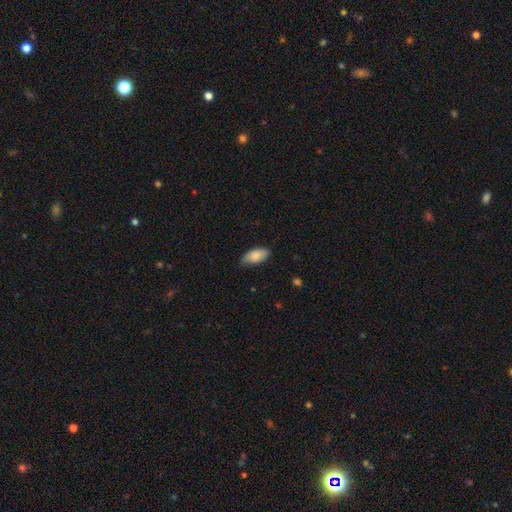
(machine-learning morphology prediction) Smooth or featured? Predicted: smooth (p=0.84). How rounded? Predicted: in between (p=0.92). Merging? Predicted: none (p=0.71).